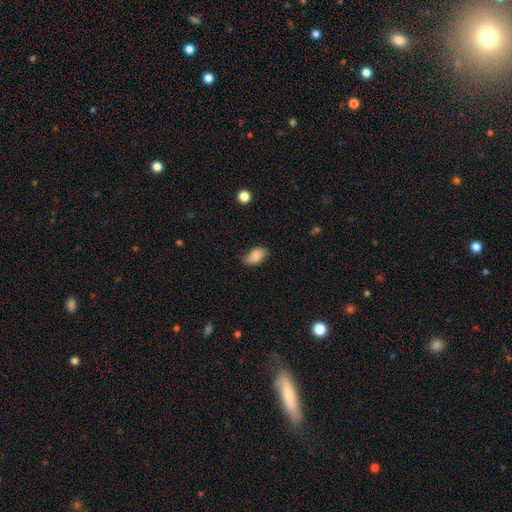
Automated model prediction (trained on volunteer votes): A smooth galaxy with no disk features (84%) that is in between round and cigar-shaped (92%).

Vote fractions:
- Smooth or featured? smooth: 84% / featured or disk: 9% / star or artifact: 8%
- How rounded? in between: 92% / round: 7% / cigar-shaped: 2%
- Merging? none: 71% / minor disturbance: 24% / major disturbance: 4% / merger: 1%